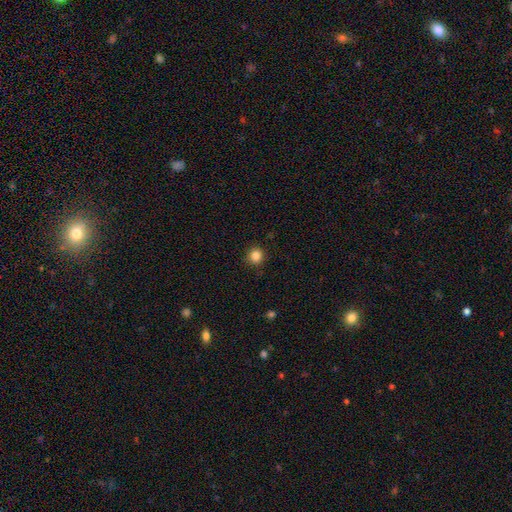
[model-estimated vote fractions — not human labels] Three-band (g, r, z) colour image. It shows a smooth galaxy with no disk features (85%) that is round (92%). Merging: none (90%).